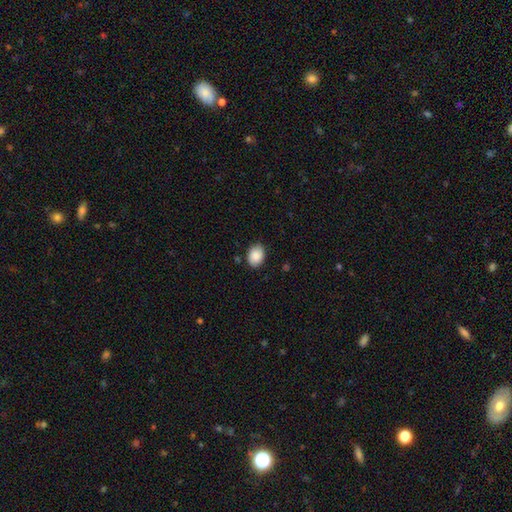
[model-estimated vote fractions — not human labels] Overall: smooth (88%). How rounded: in between (69%; round 30%). Merging: none (82%).